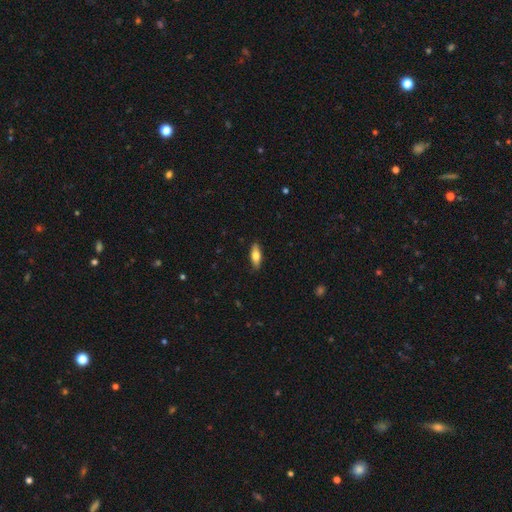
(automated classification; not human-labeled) This appears to be a smooth galaxy with no disk features (69%) that is in between round and cigar-shaped (64%). Merging: none (89%).